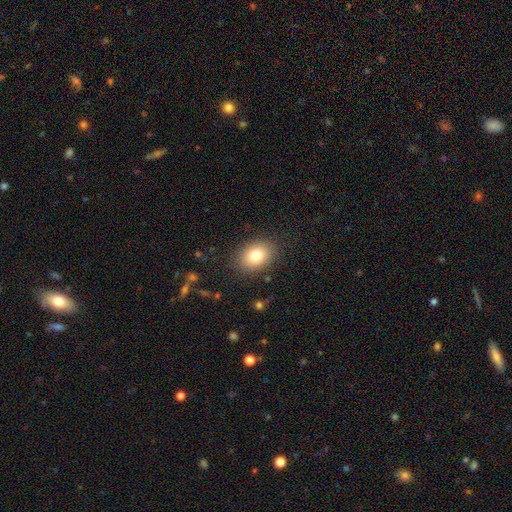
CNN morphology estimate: type=smooth (80%); roundness=in between (70%); merging=none (86%).